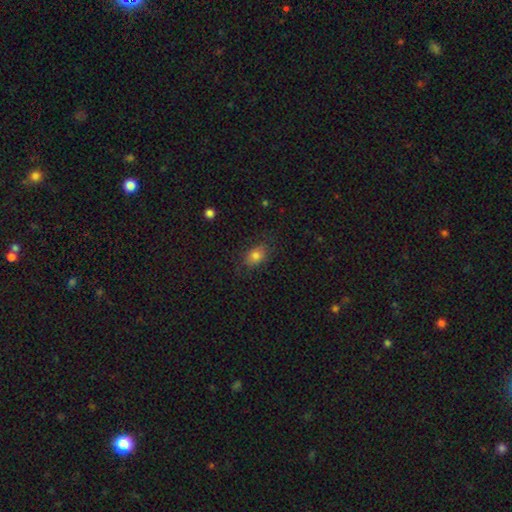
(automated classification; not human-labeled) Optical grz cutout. It shows a smooth galaxy with no disk features (80%) that is in between round and cigar-shaped (75%). Merging: none (77%).